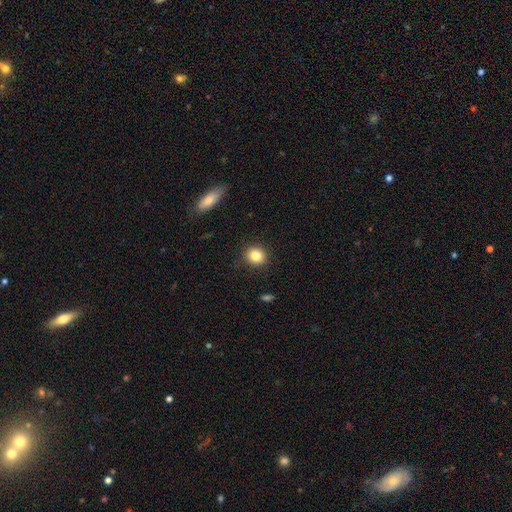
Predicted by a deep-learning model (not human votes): Smooth or featured?
  - smooth: 84% *
  - star or artifact: 10%
  - featured or disk: 6%
How rounded?
  - round: 81% *
  - in between: 18%
  - cigar-shaped: 1%
Merging?
  - none: 90% *
  - minor disturbance: 7%
  - major disturbance: 2%
  - merger: 1%